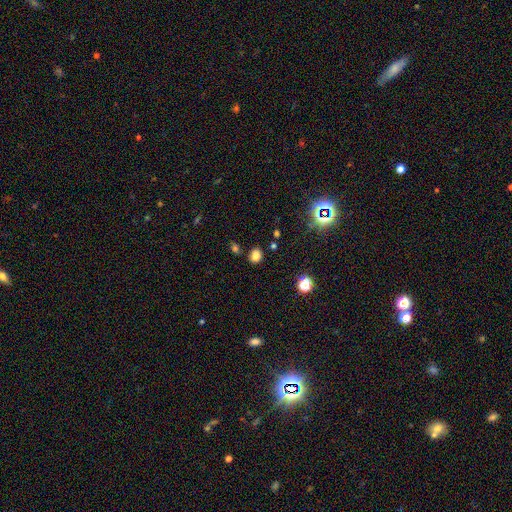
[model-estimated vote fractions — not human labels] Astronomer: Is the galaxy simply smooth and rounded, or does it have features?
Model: smooth — 74%.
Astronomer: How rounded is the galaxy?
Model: round — 57% (runner-up: in between, 42%).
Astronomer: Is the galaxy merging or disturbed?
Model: none — 78%.